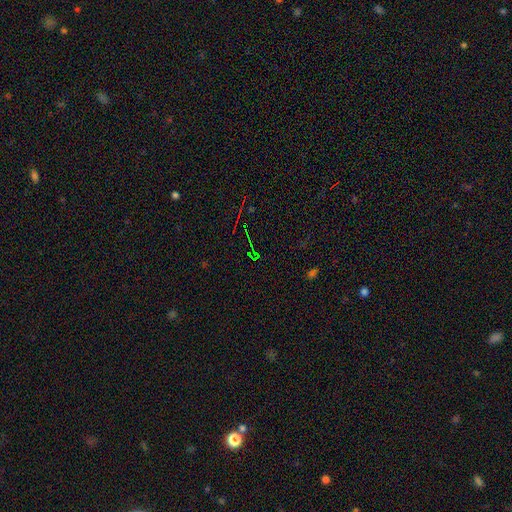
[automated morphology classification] Overall: star or artifact (77%).